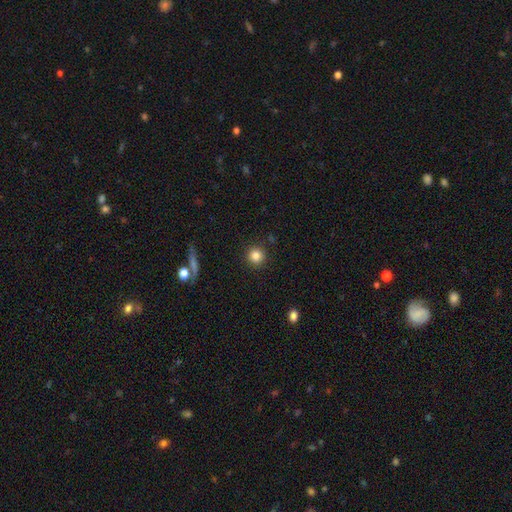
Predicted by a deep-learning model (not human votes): Smooth or featured? Predicted: smooth (p=0.83). How rounded? Predicted: round (p=0.95). Merging? Predicted: none (p=0.90).